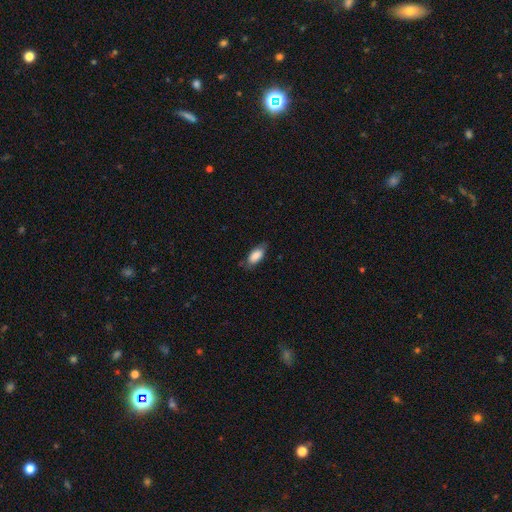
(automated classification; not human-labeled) smooth_or_featured: smooth (p=0.82) [alt: featured or disk p=0.11]
how_rounded: in between (p=0.88) [alt: cigar-shaped p=0.10]
merging: none (p=0.72) [alt: minor disturbance p=0.22]